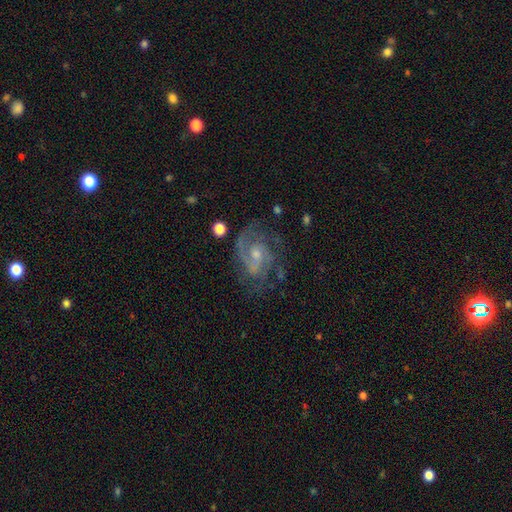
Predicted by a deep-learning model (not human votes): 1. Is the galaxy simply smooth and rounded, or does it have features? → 85% featured or disk, 8% smooth, 7% star or artifact.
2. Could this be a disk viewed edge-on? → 98% no, 2% yes.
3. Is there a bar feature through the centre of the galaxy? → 48% no, 45% weak, 8% strong.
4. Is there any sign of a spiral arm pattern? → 94% yes, 6% no.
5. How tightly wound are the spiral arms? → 51% medium, 31% tight, 18% loose.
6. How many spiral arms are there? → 56% 2, 16% can't tell, 13% 3, 8% 1, 3% 4, 3% more than 4.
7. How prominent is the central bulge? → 55% small, 36% moderate, 6% none, 2% large, 1% dominant.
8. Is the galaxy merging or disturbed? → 62% none, 20% minor disturbance, 16% major disturbance, 3% merger.